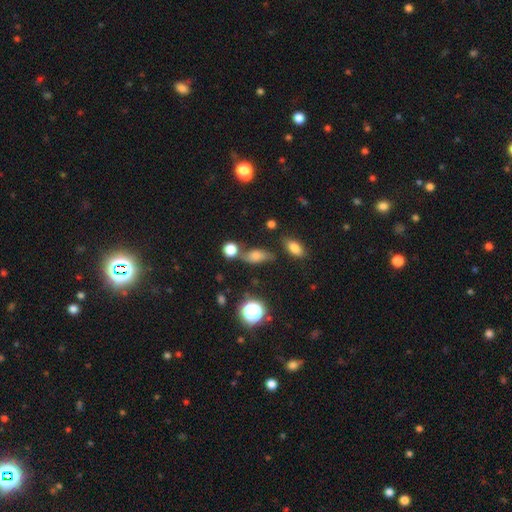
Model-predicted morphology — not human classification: type=smooth (58%); roundness=in between (67%); merging=none (63%).